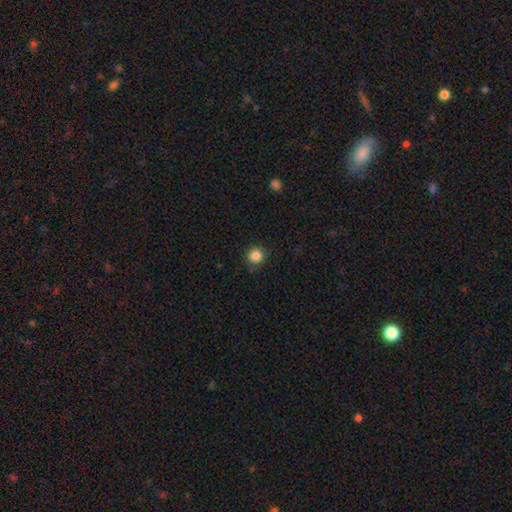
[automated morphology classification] Smooth or featured?
  - smooth: 86% *
  - star or artifact: 11%
  - featured or disk: 3%
How rounded?
  - round: 94% *
  - in between: 5%
  - cigar-shaped: 1%
Merging?
  - none: 88% *
  - minor disturbance: 8%
  - major disturbance: 2%
  - merger: 1%